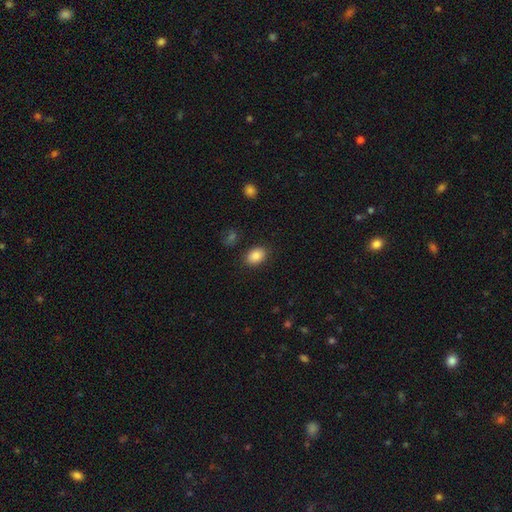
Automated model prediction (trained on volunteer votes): Smooth or featured? smooth (87%)
How rounded? in between (77%)
Merging? none (86%)